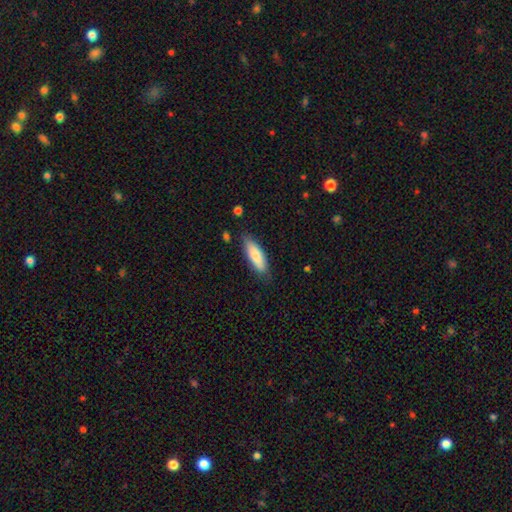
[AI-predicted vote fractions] This appears to be a smooth galaxy with no disk features (81%) that is in between round and cigar-shaped (57%). Merging: none (79%).